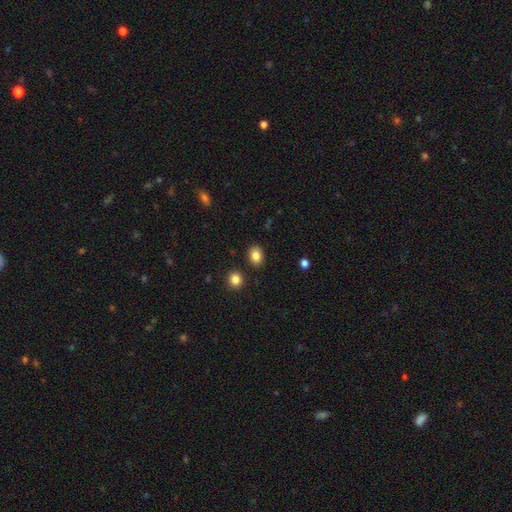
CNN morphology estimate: Smooth or featured? Predicted: smooth (p=0.85). How rounded? Predicted: in between (p=0.65). Merging? Predicted: none (p=0.86).